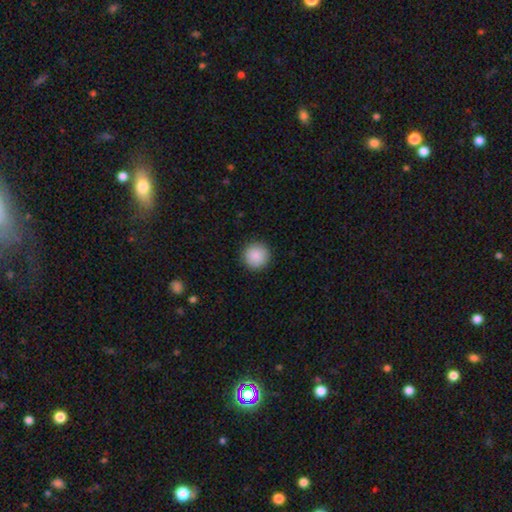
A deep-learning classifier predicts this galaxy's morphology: Q: Smooth or featured?
A: smooth (89%); runner-up: star or artifact (8%)
Q: How rounded?
A: round (96%); runner-up: in between (3%)
Q: Merging?
A: none (92%); runner-up: minor disturbance (5%)